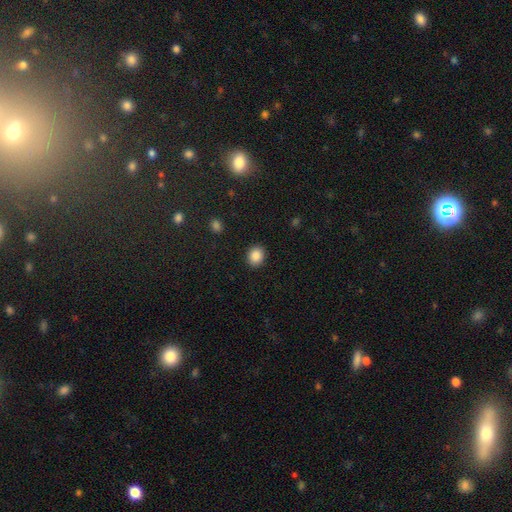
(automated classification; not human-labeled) The model was most divided on "how rounded": round: 61%, in between: 38%, cigar-shaped: 1%. More confident: merging — none (90%); smooth or featured — smooth (88%).